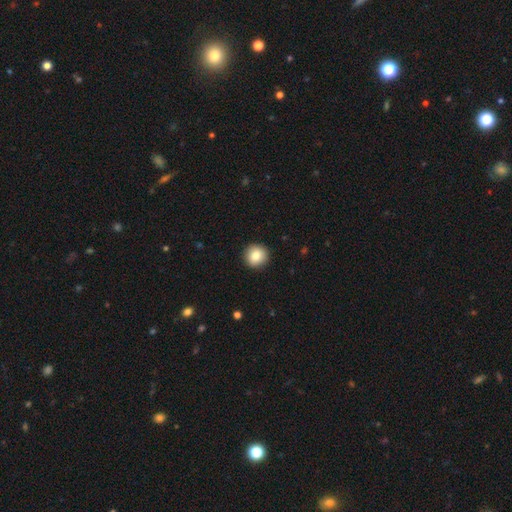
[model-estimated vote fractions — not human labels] This appears to be a smooth galaxy with no disk features (84%) that is round (94%). Merging: none (92%).